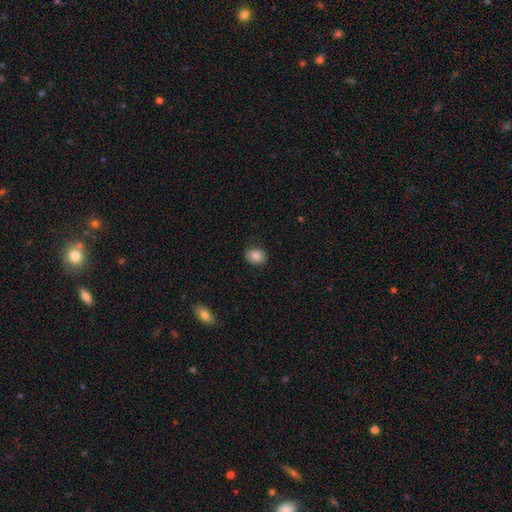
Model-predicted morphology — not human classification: Q: Smooth or featured?
A: smooth (83%); runner-up: star or artifact (9%)
Q: How rounded?
A: in between (56%); runner-up: round (44%)
Q: Merging?
A: none (82%); runner-up: minor disturbance (14%)